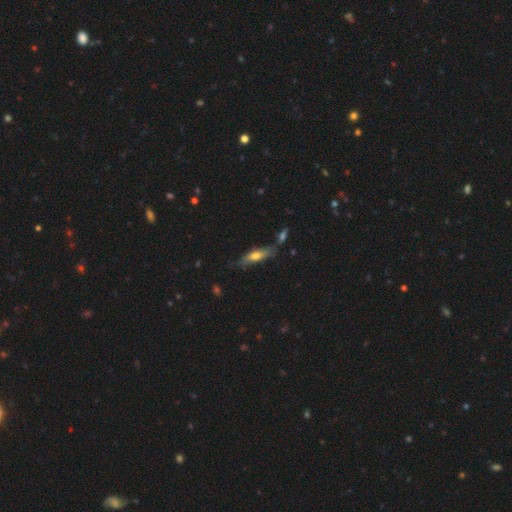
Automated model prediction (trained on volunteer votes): smooth 56%, featured or disk 37%, star or artifact 7%. Down the decision tree: how rounded — cigar-shaped (59%); merging — none (62%).